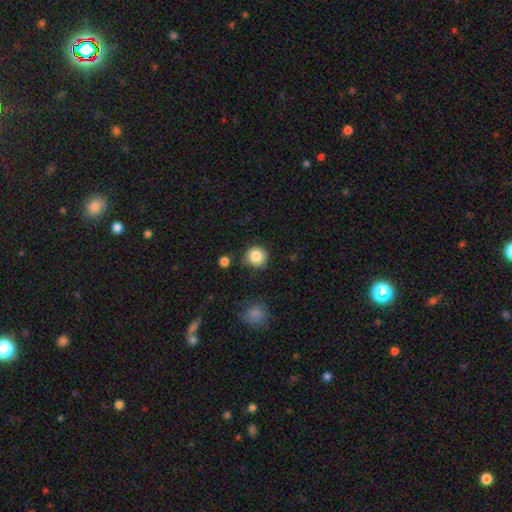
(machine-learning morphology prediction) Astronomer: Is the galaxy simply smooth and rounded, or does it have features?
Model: smooth — 86%.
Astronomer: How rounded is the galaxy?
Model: round — 93%.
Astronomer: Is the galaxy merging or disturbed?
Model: none — 81%.